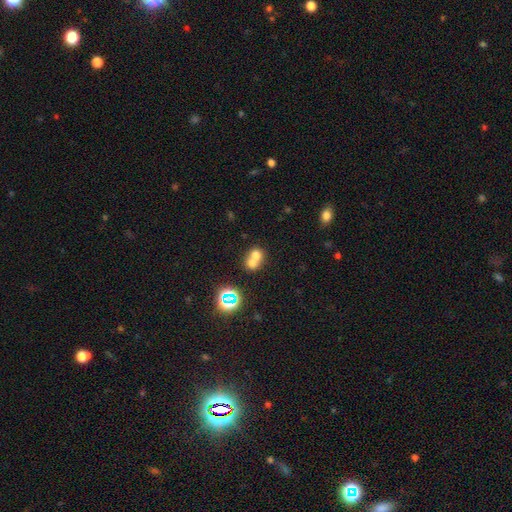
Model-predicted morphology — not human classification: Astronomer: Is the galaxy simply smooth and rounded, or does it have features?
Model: smooth — 66%.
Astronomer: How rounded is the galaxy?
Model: round — 75%.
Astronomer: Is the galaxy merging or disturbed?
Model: merger — 65%.